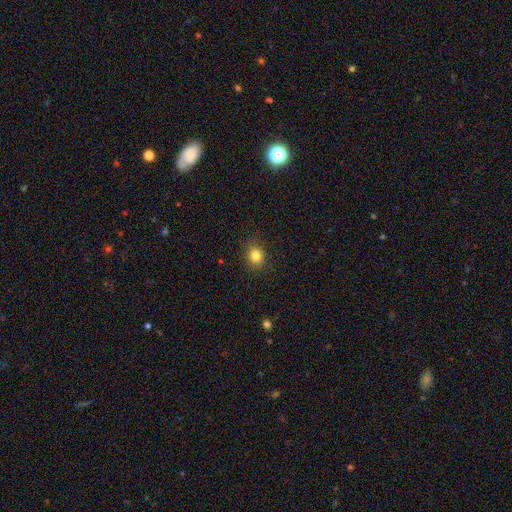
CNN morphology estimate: smooth_or_featured: smooth (p=0.83) [alt: star or artifact p=0.12]
how_rounded: round (p=0.66) [alt: in between p=0.33]
merging: none (p=0.89) [alt: minor disturbance p=0.08]